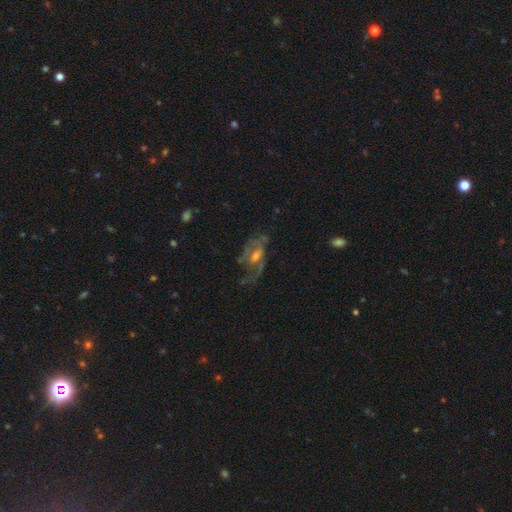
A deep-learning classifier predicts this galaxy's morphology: smooth_or_featured: featured or disk (p=0.73) [alt: smooth p=0.16]
disk_edge_on: no (p=0.92) [alt: yes p=0.08]
bar: no (p=0.44) [alt: weak p=0.43]
has_spiral_arms: yes (p=0.71) [alt: no p=0.29]
bulge_size: moderate (p=0.48) [alt: small p=0.35]
merging: none (p=0.49) [alt: major disturbance p=0.29]